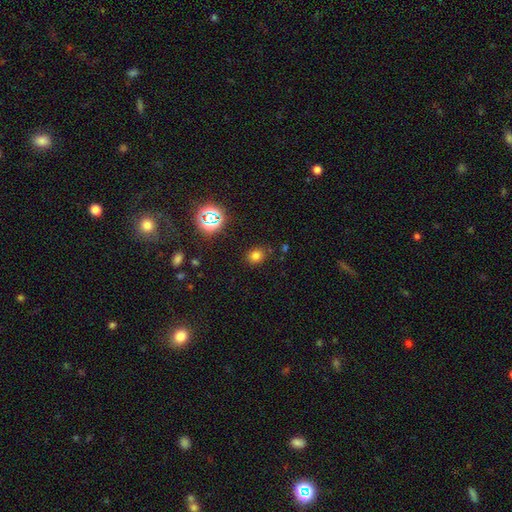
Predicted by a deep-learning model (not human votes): smooth 73%, star or artifact 20%, featured or disk 6%. Down the decision tree: how rounded — round (68%); merging — none (84%).